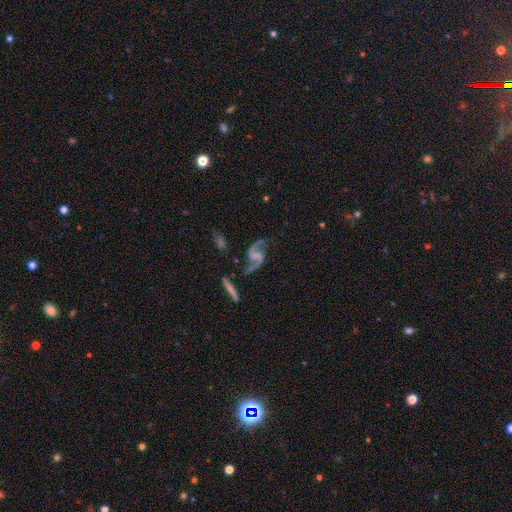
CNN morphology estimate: Smooth or featured? Predicted: featured or disk (p=0.89). Edge-on disk? Predicted: no (p=0.97). Bar? Predicted: weak (p=0.43). Spiral arms? Predicted: yes (p=0.96). Spiral winding? Predicted: loose (p=0.70). Spiral arm count? Predicted: 2 (p=0.93). Bulge size? Predicted: none (p=0.65). Merging? Predicted: none (p=0.68).